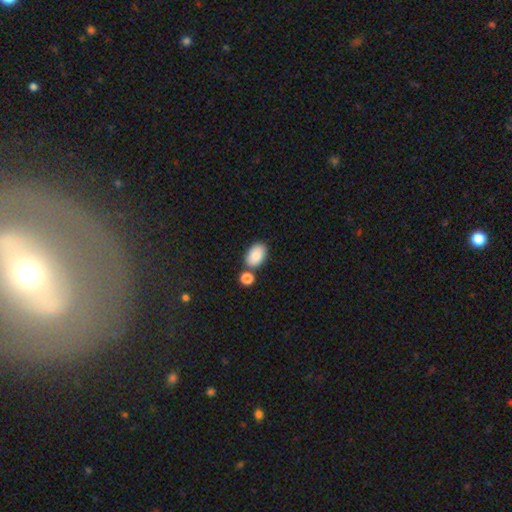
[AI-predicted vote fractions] The model was most divided on "merging": none: 67%, merger: 18%, minor disturbance: 12%, major disturbance: 3%. More confident: how rounded — in between (91%); smooth or featured — smooth (87%).